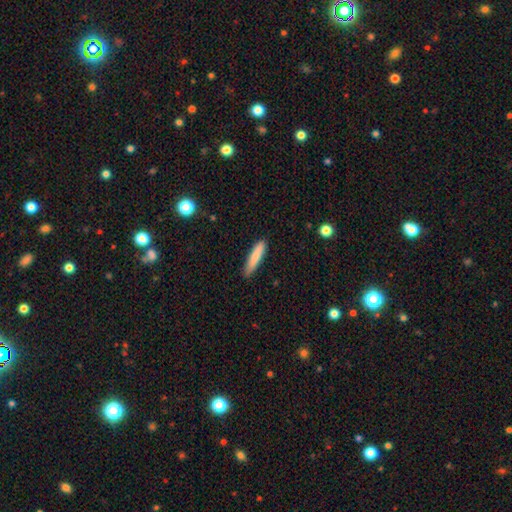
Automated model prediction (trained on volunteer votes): smooth-or-featured: smooth: 82% | featured or disk: 12% | star or artifact: 6%
  how-rounded: cigar-shaped: 84% | in between: 15% | round: 1%
  merging: none: 84% | minor disturbance: 13% | major disturbance: 2% | merger: 1%